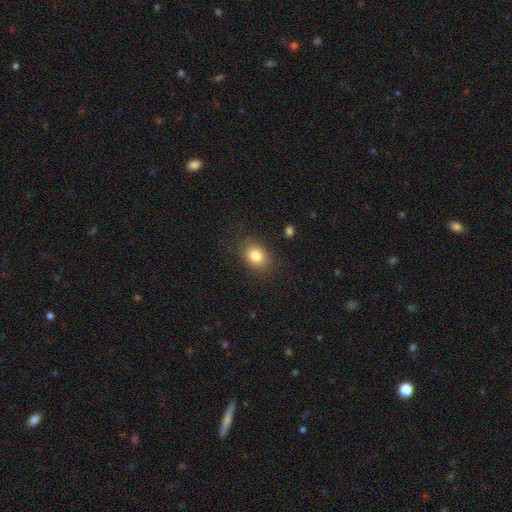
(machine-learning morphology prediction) Smooth or featured? Predicted: smooth (p=0.82). How rounded? Predicted: in between (p=0.65). Merging? Predicted: none (p=0.83).